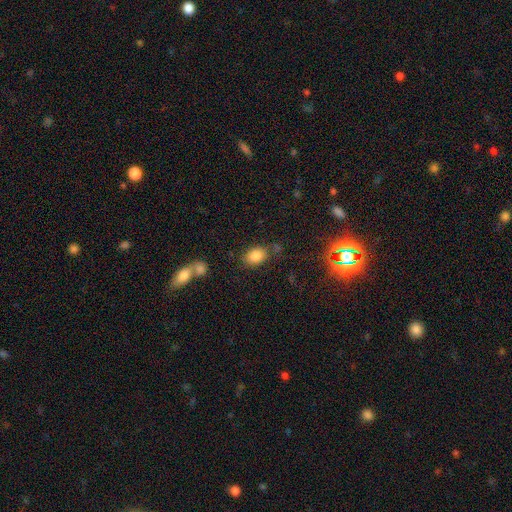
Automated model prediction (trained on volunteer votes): This is clearly a smooth galaxy (84%). How rounded: likely in between (77%). Merging: likely none (71%).